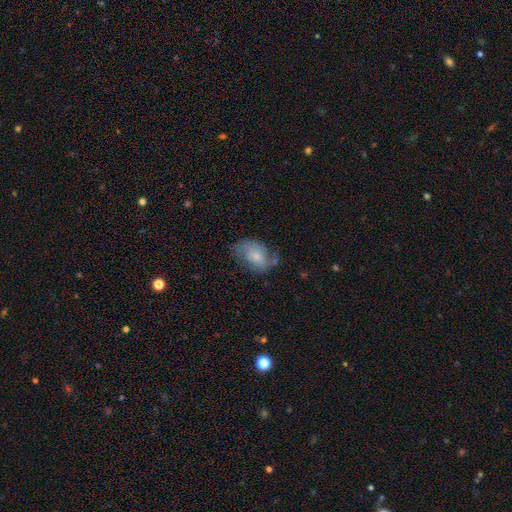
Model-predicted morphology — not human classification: A smooth galaxy with no disk features (51%) that is in between round and cigar-shaped (84%).

Vote fractions:
- Smooth or featured? smooth: 51% / featured or disk: 41% / star or artifact: 8%
- How rounded? in between: 84% / round: 15% / cigar-shaped: 2%
- Merging? none: 51% / minor disturbance: 30% / major disturbance: 16% / merger: 4%